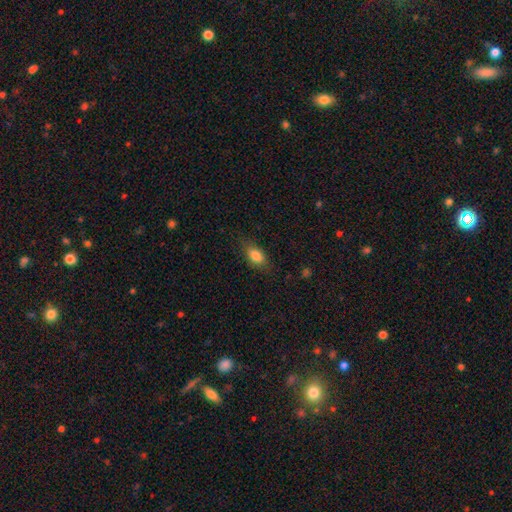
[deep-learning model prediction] Smooth or featured? Predicted: smooth (p=0.83). How rounded? Predicted: in between (p=0.84). Merging? Predicted: none (p=0.78).